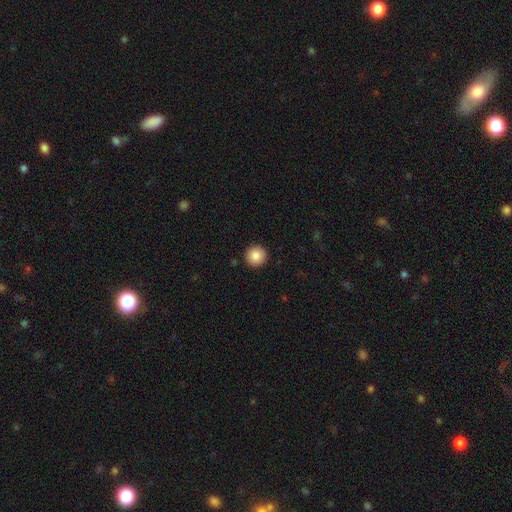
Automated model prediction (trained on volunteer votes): Smooth or featured? smooth (86%)
How rounded? round (95%)
Merging? none (93%)